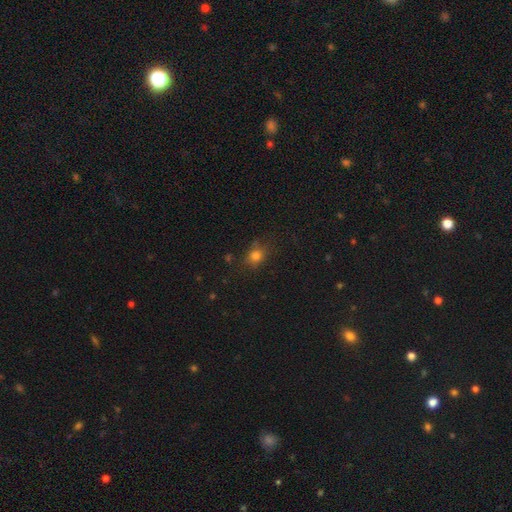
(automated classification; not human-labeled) This is likely a smooth galaxy (77%). How rounded: likely round (61%). Merging: likely none (74%).